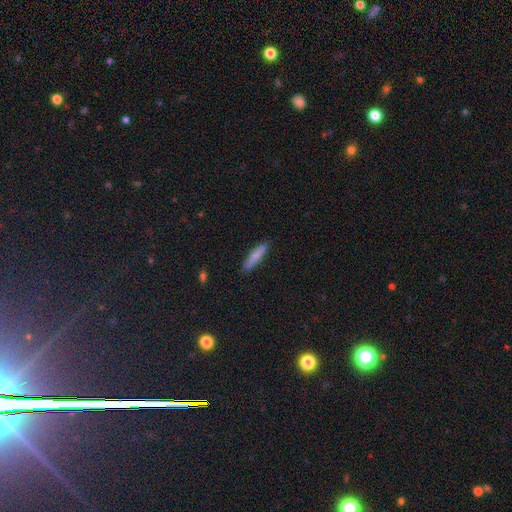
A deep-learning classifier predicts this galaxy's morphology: smooth 82%, featured or disk 12%, star or artifact 6%. Down the decision tree: how rounded — cigar-shaped (88%); merging — none (88%).